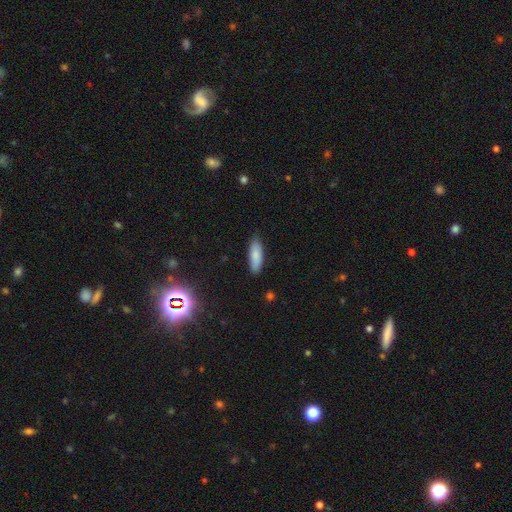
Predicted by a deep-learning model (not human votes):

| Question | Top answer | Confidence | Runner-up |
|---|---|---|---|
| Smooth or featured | smooth | 85% | featured or disk (8%) |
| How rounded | in between | 55% | cigar-shaped (43%) |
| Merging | none | 84% | minor disturbance (12%) |